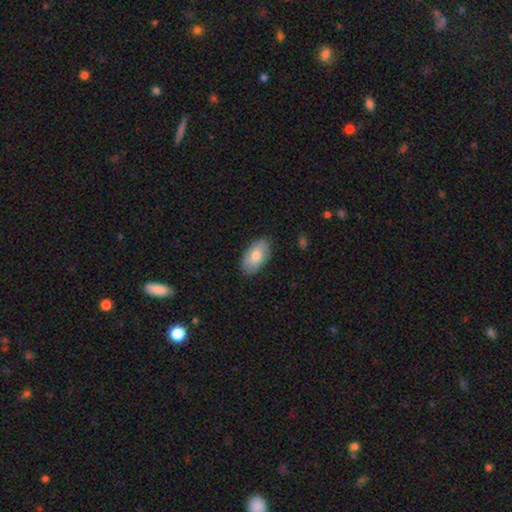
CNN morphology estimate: The model was most divided on "smooth or featured": smooth: 75%, featured or disk: 19%, star or artifact: 6%. More confident: how rounded — in between (94%); merging — none (86%).